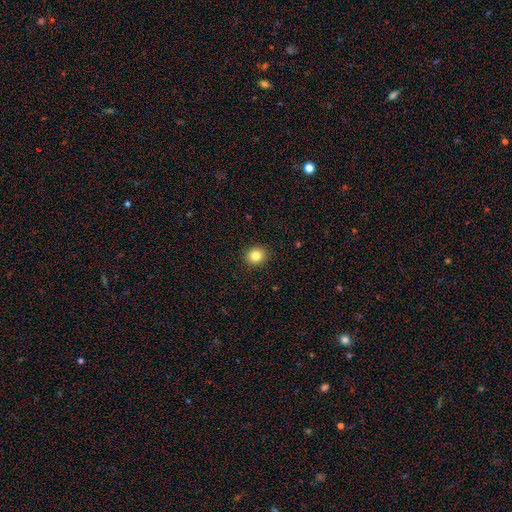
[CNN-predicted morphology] Overall: smooth (84%). How rounded: round (86%). Merging: none (92%).